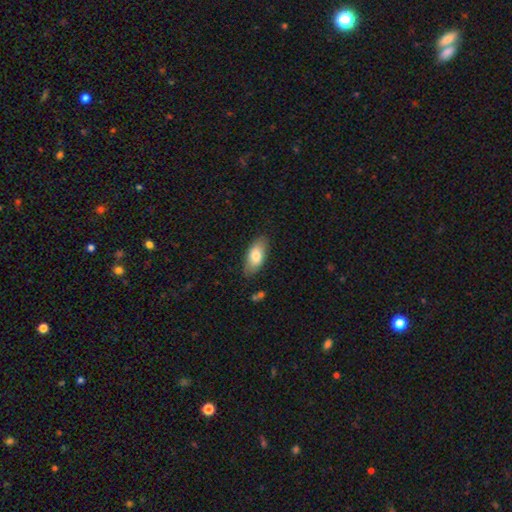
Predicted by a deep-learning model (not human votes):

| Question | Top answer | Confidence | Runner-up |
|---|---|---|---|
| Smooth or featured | smooth | 77% | featured or disk (17%) |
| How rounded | in between | 88% | cigar-shaped (9%) |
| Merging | none | 82% | minor disturbance (14%) |